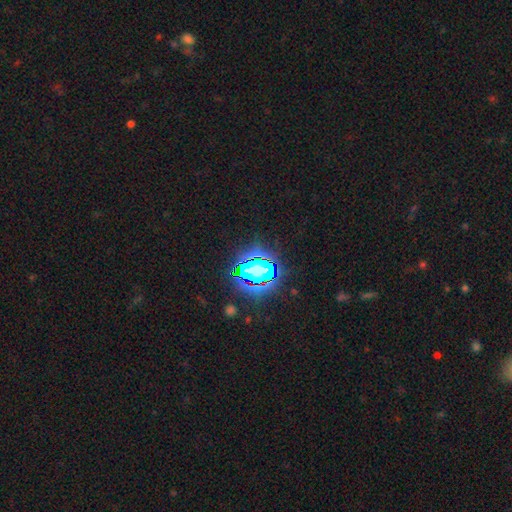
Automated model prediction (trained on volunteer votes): A star or artifact, not a galaxy (80%).

Vote fractions:
- Smooth or featured? star or artifact: 80% / smooth: 14% / featured or disk: 7%